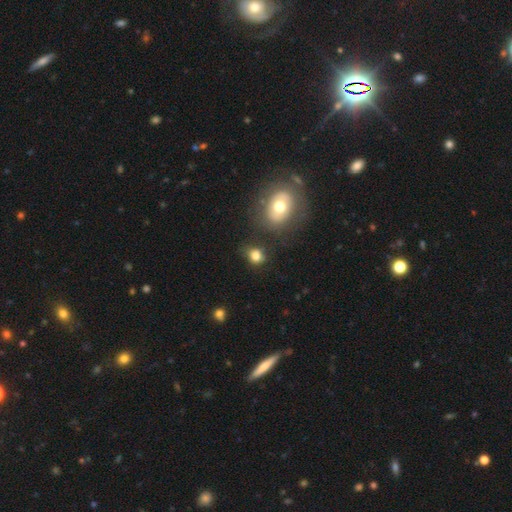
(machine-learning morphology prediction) The model was most divided on "how rounded": round: 61%, in between: 38%, cigar-shaped: 1%. More confident: smooth or featured — smooth (78%); merging — none (67%).